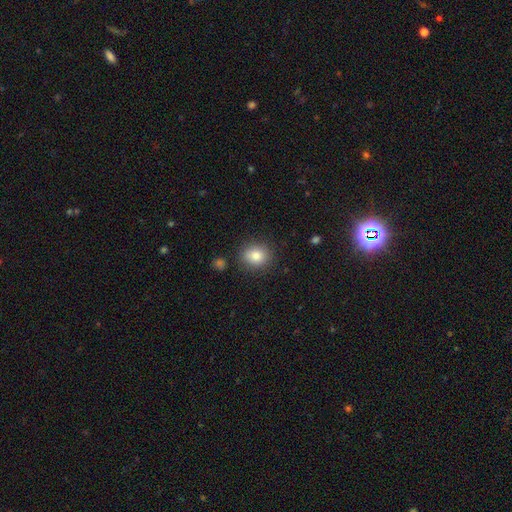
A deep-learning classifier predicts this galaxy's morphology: smooth-or-featured: smooth: 84% | star or artifact: 9% | featured or disk: 7%
  how-rounded: round: 69% | in between: 30% | cigar-shaped: 1%
  merging: none: 84% | minor disturbance: 10% | major disturbance: 3% | merger: 3%